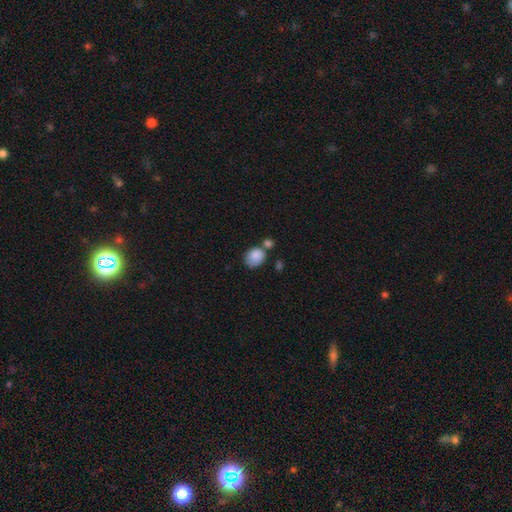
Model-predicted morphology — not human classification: smooth 86%, star or artifact 8%, featured or disk 7%. Down the decision tree: how rounded — round (57%); merging — none (46%).